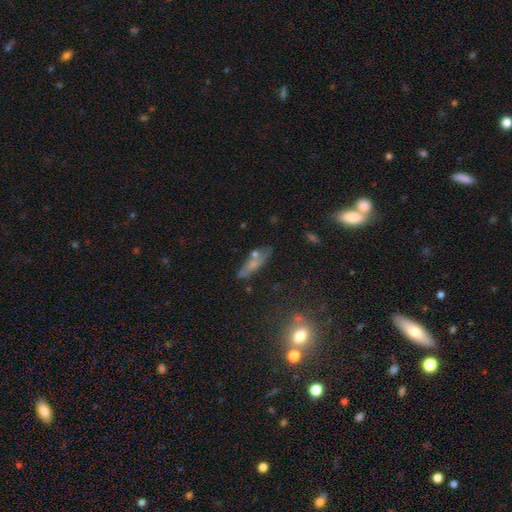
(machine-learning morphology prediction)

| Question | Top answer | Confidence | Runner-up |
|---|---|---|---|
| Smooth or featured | smooth | 36% | featured or disk (35%) |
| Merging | none | 58% | minor disturbance (19%) |